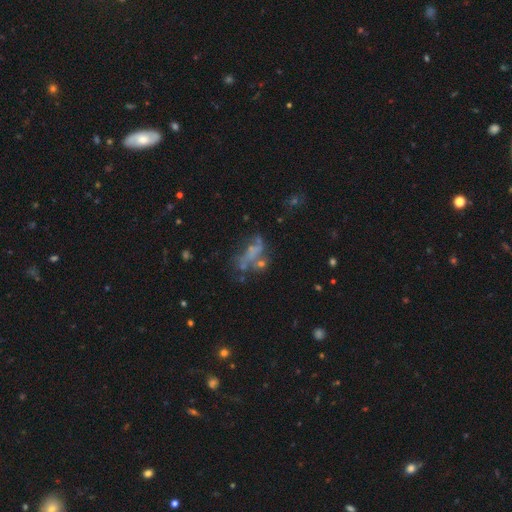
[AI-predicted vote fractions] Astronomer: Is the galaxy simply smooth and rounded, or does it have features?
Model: featured or disk — 46% (runner-up: smooth, 28%).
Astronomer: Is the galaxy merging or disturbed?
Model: none — 34% (runner-up: major disturbance, 31%).